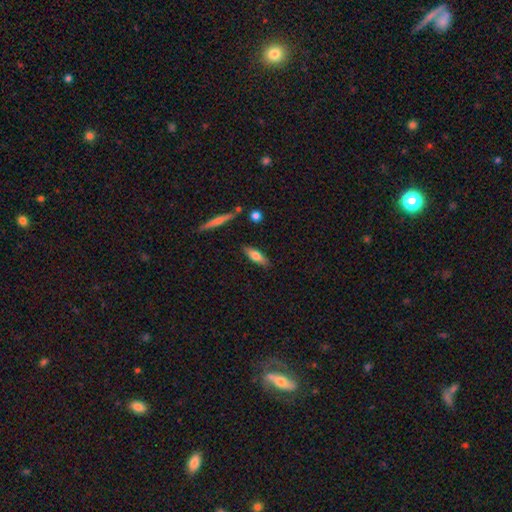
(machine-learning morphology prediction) Smooth or featured? smooth (69%)
How rounded? in between (50%)
Merging? none (84%)